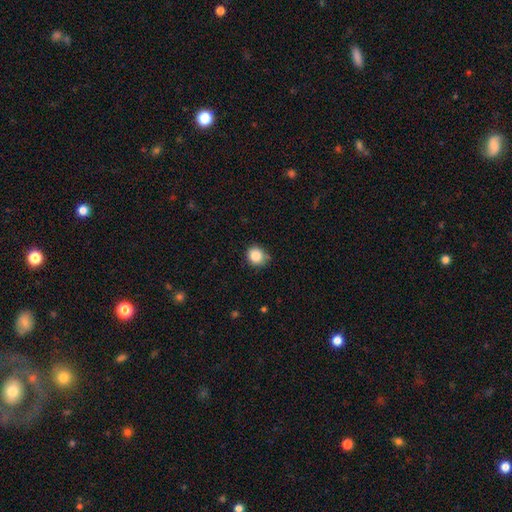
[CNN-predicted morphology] Smooth or featured: smooth — 85% (star or artifact — 10%)
How rounded: round — 80% (in between — 19%)
Merging: none — 73% (minor disturbance — 21%)